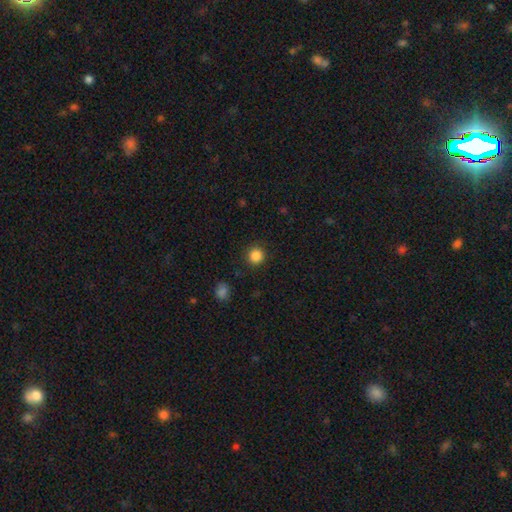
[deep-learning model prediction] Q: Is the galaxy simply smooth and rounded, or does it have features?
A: smooth — 86%.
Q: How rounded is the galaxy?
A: round — 93%.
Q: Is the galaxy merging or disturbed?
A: none — 90%.